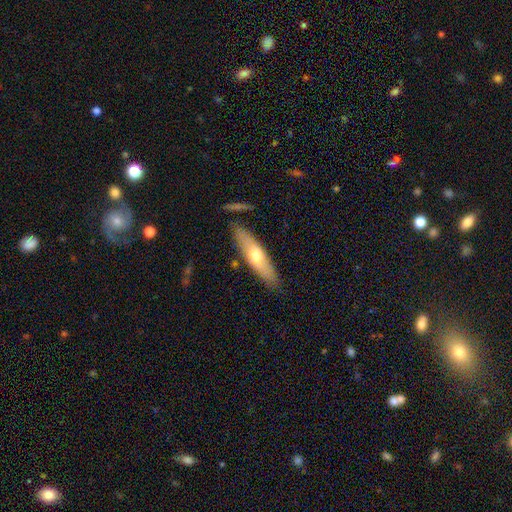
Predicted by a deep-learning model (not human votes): smooth_or_featured: smooth (p=0.55) [alt: featured or disk p=0.39]
how_rounded: cigar-shaped (p=0.68) [alt: in between p=0.30]
merging: none (p=0.82) [alt: minor disturbance p=0.12]